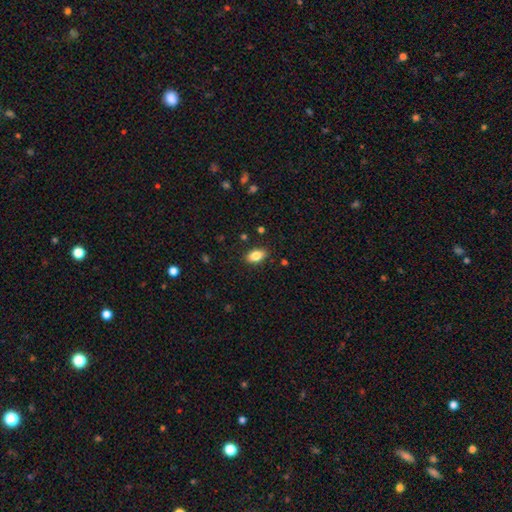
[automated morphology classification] This is clearly a smooth galaxy (84%). How rounded: clearly in between (90%). Merging: clearly none (86%).